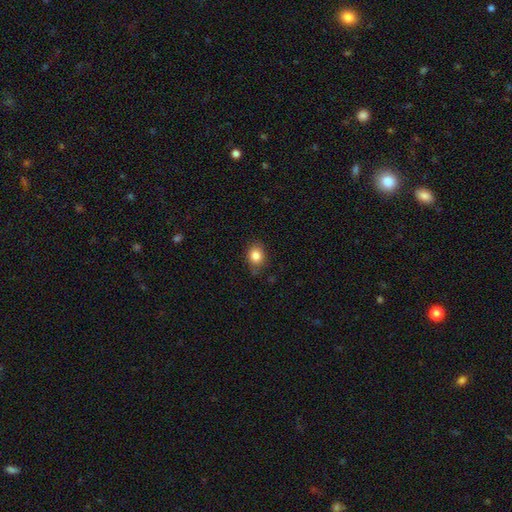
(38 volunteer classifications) Morphology: type=smooth (84%); roundness=in between (56%); merging=none (83%).